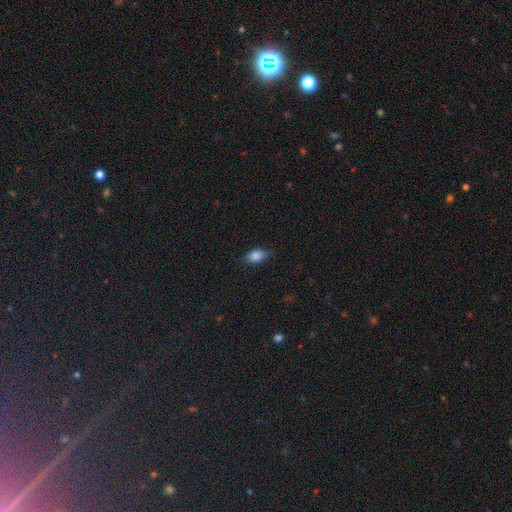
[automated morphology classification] Smooth or featured: smooth — 82% (star or artifact — 9%)
How rounded: in between — 86% (round — 9%)
Merging: none — 74% (minor disturbance — 21%)